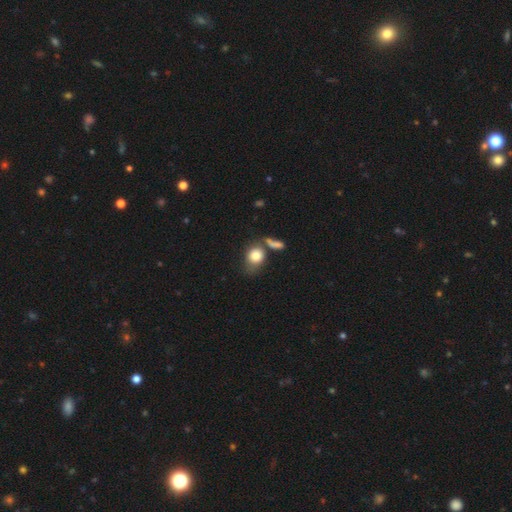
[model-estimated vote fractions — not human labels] Morphology: type=smooth (80%); roundness=round (58%); merging=none (40%).